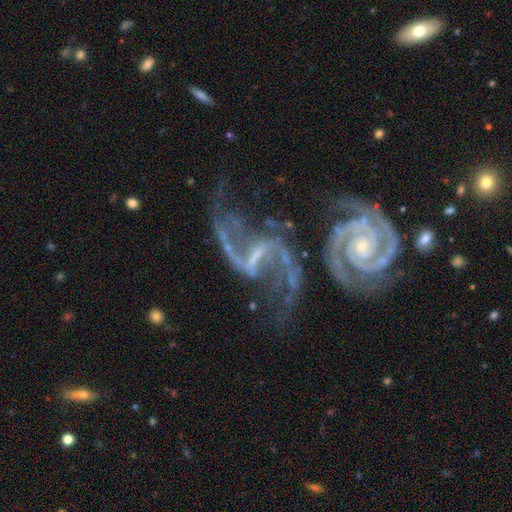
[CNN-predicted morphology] smooth-or-featured: featured or disk: 91% | star or artifact: 6% | smooth: 3%
  disk-edge-on: no: 97% | yes: 3%
    bar: strong: 49% | weak: 34% | no: 16%
    has-spiral-arms: yes: 97% | no: 3%
      spiral-winding: loose: 59% | medium: 30% | tight: 11%
      spiral-arm-count: 2: 91% | can't tell: 3% | 3: 2% | 1: 2% | 4: 1% | more than 4: 1%
    bulge-size: small: 59% | none: 25% | moderate: 14% | large: 2% | dominant: 1%
  merging: none: 33% | merger: 26% | major disturbance: 24% | minor disturbance: 17%